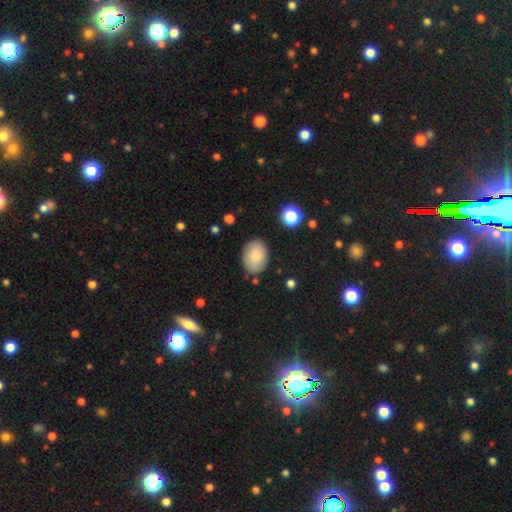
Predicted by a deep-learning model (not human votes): Smooth or featured: smooth — 85% (featured or disk — 8%)
How rounded: in between — 79% (round — 20%)
Merging: none — 81% (minor disturbance — 13%)